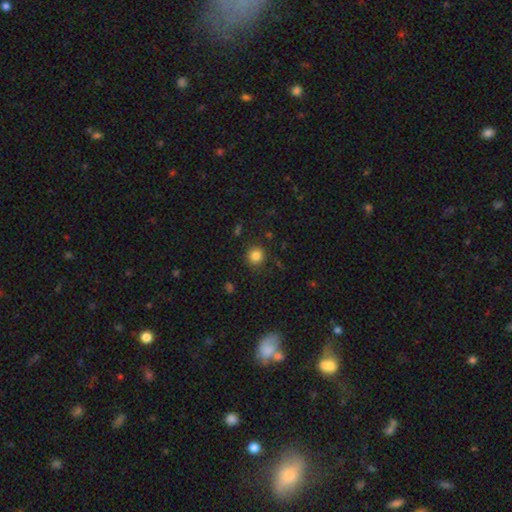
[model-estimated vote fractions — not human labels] A smooth galaxy with no disk features (83%) that is round (92%). Merging: none (87%).